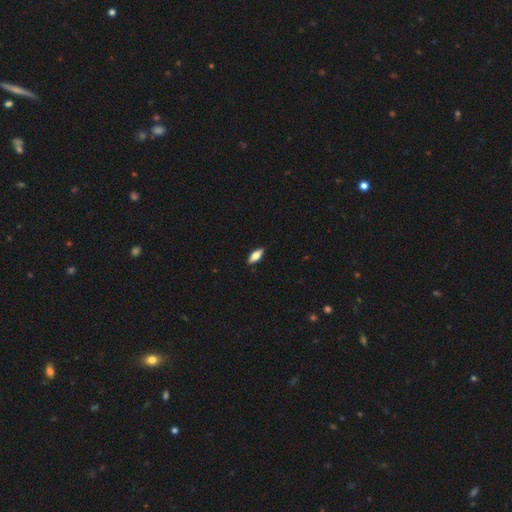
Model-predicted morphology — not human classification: This appears to be a smooth galaxy with no disk features (69%) that is in between round and cigar-shaped (74%). Merging: none (88%).